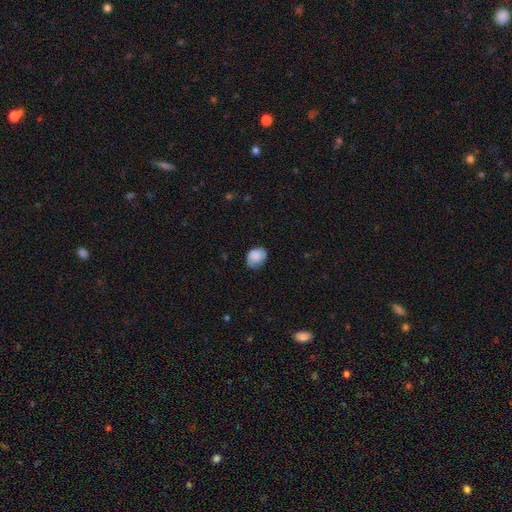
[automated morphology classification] A smooth galaxy with no disk features (86%) that is in between round and cigar-shaped (54%).

Vote fractions:
- Smooth or featured? smooth: 86% / star or artifact: 7% / featured or disk: 7%
- How rounded? in between: 54% / round: 45% / cigar-shaped: 1%
- Merging? none: 67% / minor disturbance: 26% / major disturbance: 5% / merger: 1%